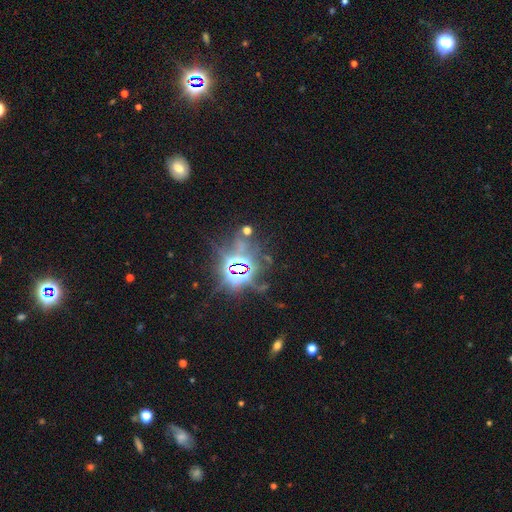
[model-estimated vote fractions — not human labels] This appears to be a star or artifact, not a galaxy (83%).